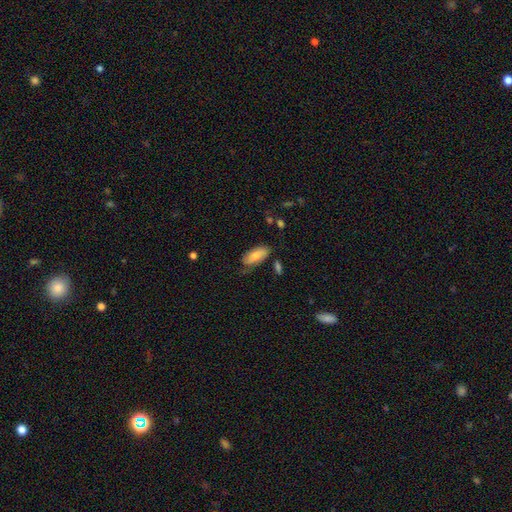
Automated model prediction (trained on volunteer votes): This is likely a smooth galaxy (73%). How rounded: clearly in between (87%). Merging: likely none (60%).